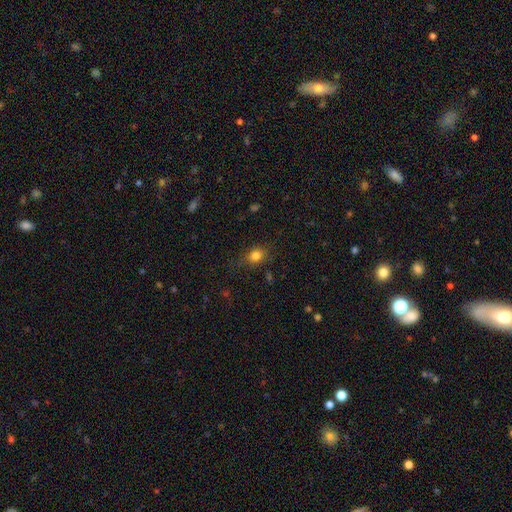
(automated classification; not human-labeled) smooth-or-featured: smooth: 81% | star or artifact: 12% | featured or disk: 7%
  how-rounded: round: 54% | in between: 44% | cigar-shaped: 1%
  merging: none: 79% | minor disturbance: 15% | major disturbance: 5% | merger: 1%